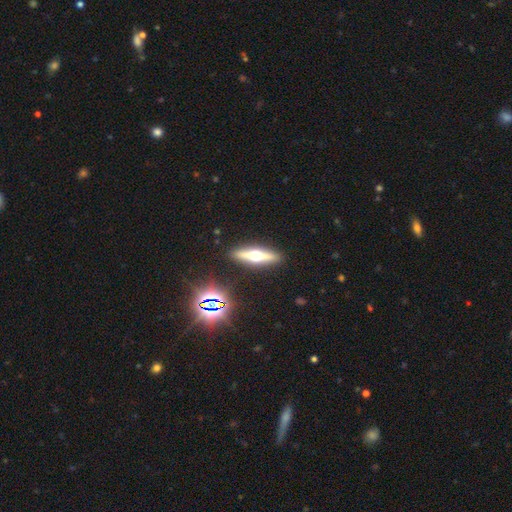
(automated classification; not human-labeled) Morphology: type=featured or disk (65%); edge-on=yes (95%); edge-on bulge=rounded (95%); merging=none (90%).